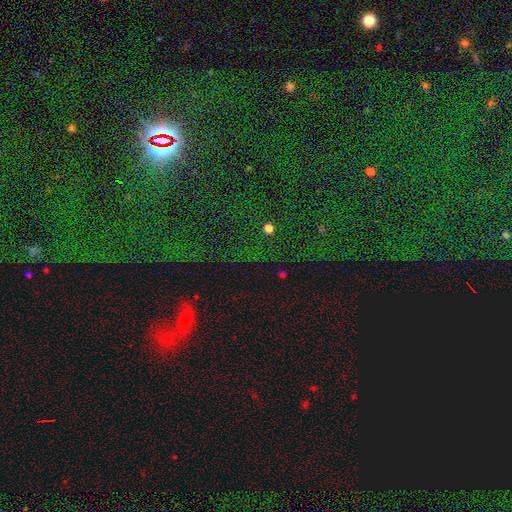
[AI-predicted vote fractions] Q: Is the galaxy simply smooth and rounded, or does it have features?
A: star or artifact — 80%.